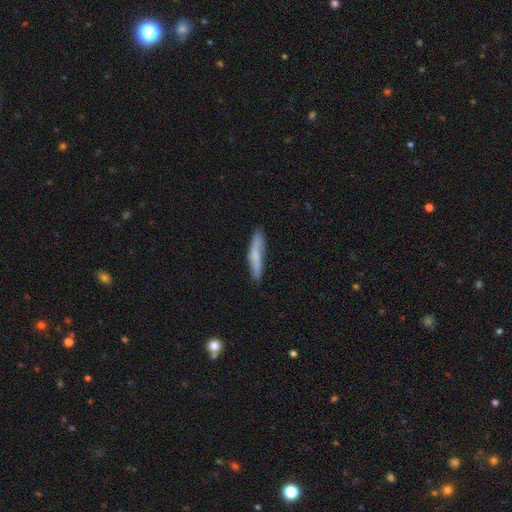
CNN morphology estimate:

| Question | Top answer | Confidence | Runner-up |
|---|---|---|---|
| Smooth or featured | smooth | 62% | featured or disk (31%) |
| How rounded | cigar-shaped | 89% | in between (9%) |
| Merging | none | 76% | minor disturbance (18%) |